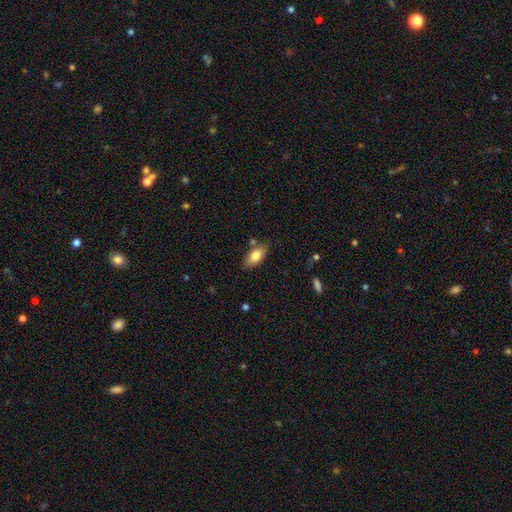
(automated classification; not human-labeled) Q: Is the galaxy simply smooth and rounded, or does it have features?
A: smooth — 78%.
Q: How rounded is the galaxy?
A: in between — 88%.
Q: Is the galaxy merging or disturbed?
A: none — 78%.